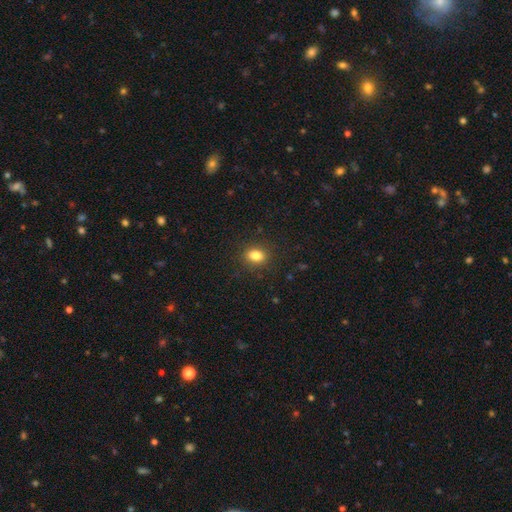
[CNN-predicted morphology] type=smooth (83%); roundness=in between (60%); merging=none (88%).